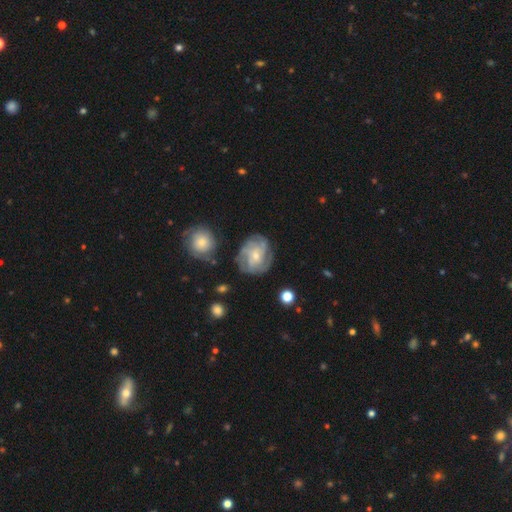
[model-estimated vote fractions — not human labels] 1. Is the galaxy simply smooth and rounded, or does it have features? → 76% featured or disk, 17% smooth, 7% star or artifact.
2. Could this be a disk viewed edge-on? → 97% no, 3% yes.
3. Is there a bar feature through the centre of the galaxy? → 72% no, 24% weak, 4% strong.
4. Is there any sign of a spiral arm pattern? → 91% yes, 9% no.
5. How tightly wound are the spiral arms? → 53% tight, 36% medium, 12% loose.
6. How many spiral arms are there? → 33% can't tell, 23% 4, 21% 3, 10% 2, 7% more than 4, 6% 1.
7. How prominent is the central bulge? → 69% small, 26% moderate, 2% none, 2% large, 1% dominant.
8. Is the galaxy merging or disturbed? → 70% none, 17% minor disturbance, 9% major disturbance, 3% merger.